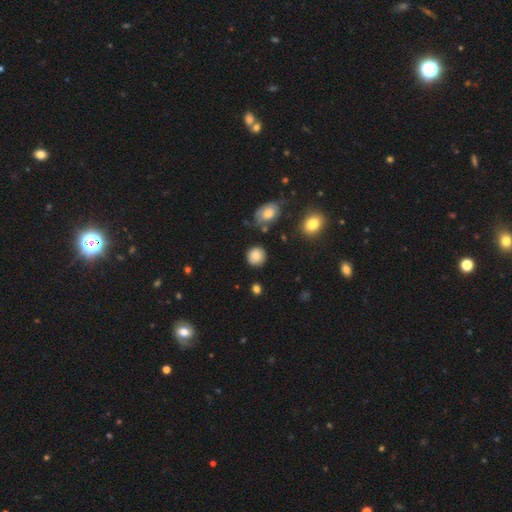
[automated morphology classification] smooth-or-featured: smooth: 82% | star or artifact: 10% | featured or disk: 9%
  how-rounded: round: 88% | in between: 11% | cigar-shaped: 1%
  merging: none: 81% | minor disturbance: 13% | major disturbance: 4% | merger: 3%